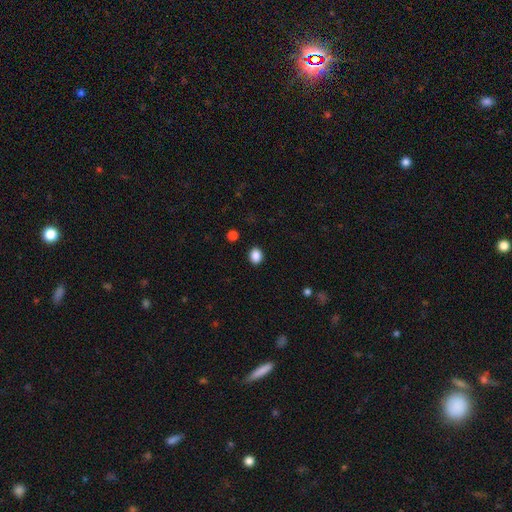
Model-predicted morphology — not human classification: Smooth or featured: smooth — 88% (star or artifact — 9%)
How rounded: in between — 52% (round — 47%)
Merging: none — 90% (minor disturbance — 7%)